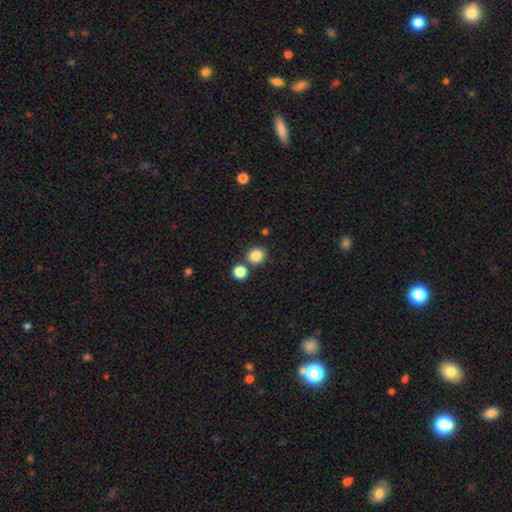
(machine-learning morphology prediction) The model was most divided on "how rounded": round: 78%, in between: 21%, cigar-shaped: 1%. More confident: smooth or featured — smooth (85%); merging — none (75%).